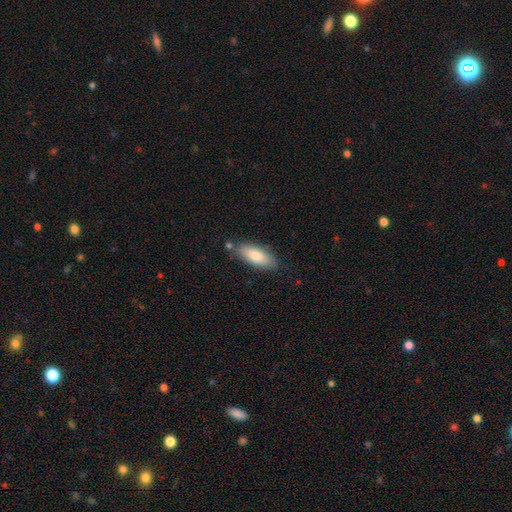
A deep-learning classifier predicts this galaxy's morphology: type=smooth (81%); roundness=in between (75%); merging=none (76%).